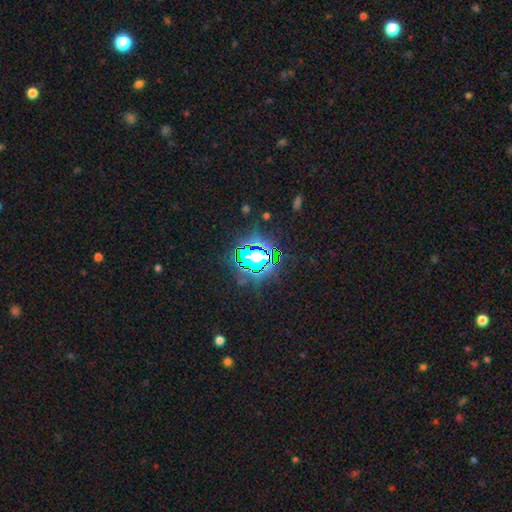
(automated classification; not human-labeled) A star or artifact, not a galaxy (81%).